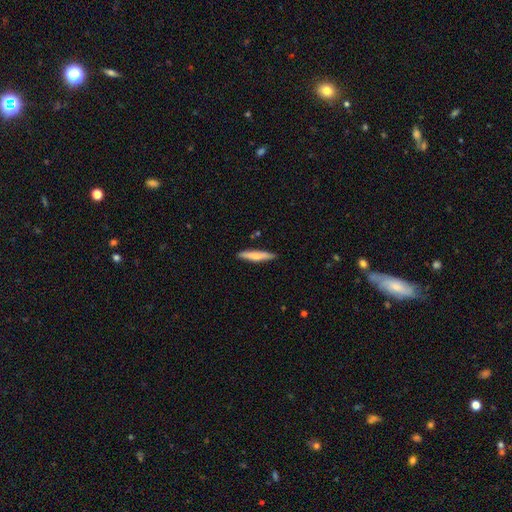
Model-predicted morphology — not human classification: smooth-or-featured: smooth: 69% | featured or disk: 26% | star or artifact: 5%
  how-rounded: cigar-shaped: 91% | in between: 8% | round: 1%
  merging: none: 87% | minor disturbance: 10% | major disturbance: 2% | merger: 2%